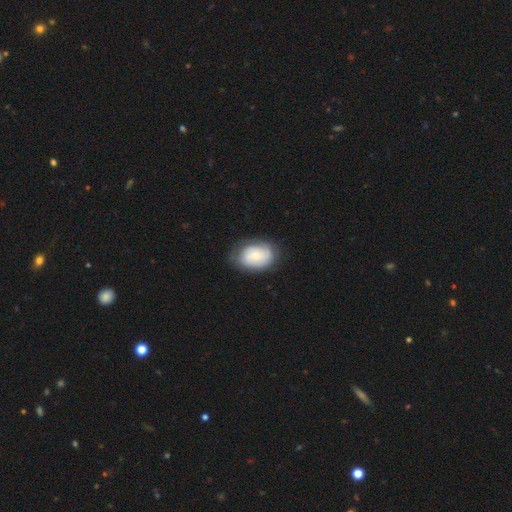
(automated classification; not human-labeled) smooth-or-featured: smooth: 59% | featured or disk: 34% | star or artifact: 7%
  how-rounded: in between: 76% | round: 23% | cigar-shaped: 1%
  merging: none: 70% | minor disturbance: 22% | major disturbance: 7% | merger: 1%